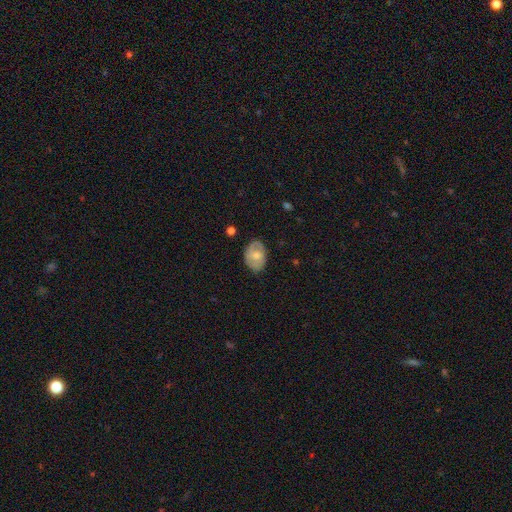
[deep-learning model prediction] Smooth or featured? smooth (60%)
How rounded? in between (79%)
Merging? none (78%)